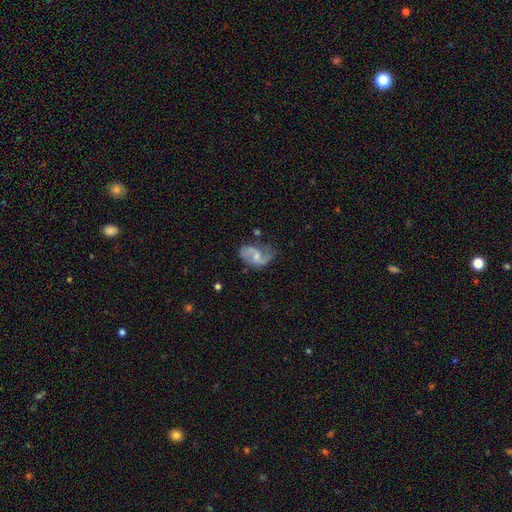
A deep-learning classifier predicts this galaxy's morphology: Smooth or featured: featured or disk — 77% (smooth — 17%)
Edge-on disk: no — 97% (yes — 3%)
Bar: weak — 46% (no — 45%)
Spiral arms: yes — 92% (no — 8%)
Spiral winding: loose — 53% (medium — 37%)
Spiral arm count: 2 — 83% (1 — 9%)
Bulge size: small — 49% (moderate — 35%)
Merging: none — 53% (minor disturbance — 27%)